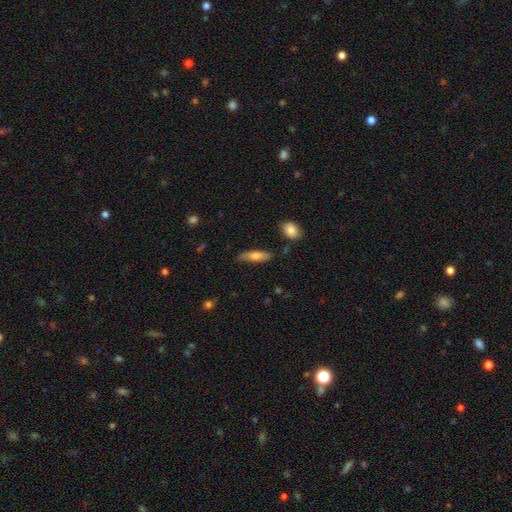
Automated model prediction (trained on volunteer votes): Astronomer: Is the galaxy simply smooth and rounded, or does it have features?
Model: smooth — 72%.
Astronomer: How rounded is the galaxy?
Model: cigar-shaped — 51% (runner-up: in between, 47%).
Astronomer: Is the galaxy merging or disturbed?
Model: none — 72%.